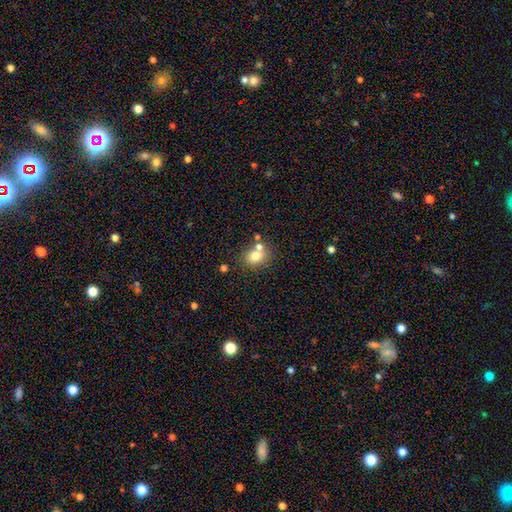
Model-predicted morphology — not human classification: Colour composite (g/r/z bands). It shows a smooth galaxy with no disk features (75%) that is round (58%). Merging: none (61%).